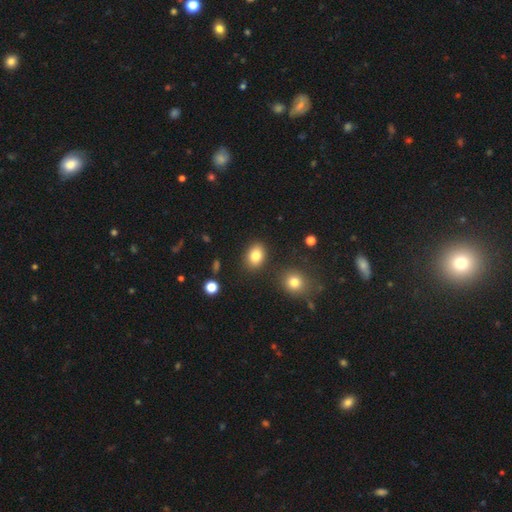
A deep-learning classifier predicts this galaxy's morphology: smooth-or-featured: smooth: 83% | star or artifact: 9% | featured or disk: 7%
  how-rounded: in between: 68% | round: 31% | cigar-shaped: 1%
  merging: none: 84% | minor disturbance: 9% | merger: 4% | major disturbance: 3%